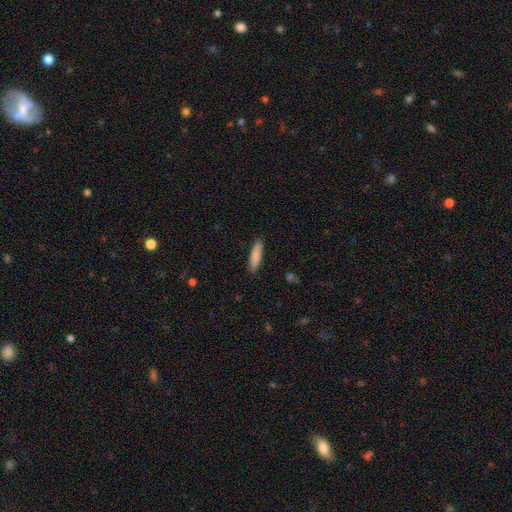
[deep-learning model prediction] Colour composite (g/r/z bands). It shows a smooth galaxy with no disk features (84%) that is cigar-shaped (82%). Merging: none (90%).